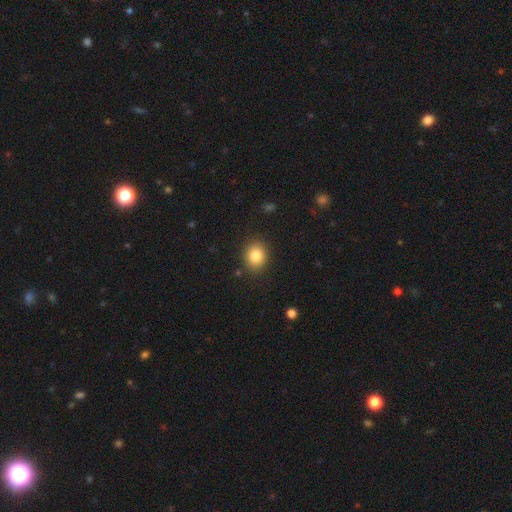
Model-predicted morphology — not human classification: smooth_or_featured: smooth (p=0.83) [alt: star or artifact p=0.10]
how_rounded: round (p=0.65) [alt: in between p=0.35]
merging: none (p=0.88) [alt: minor disturbance p=0.08]